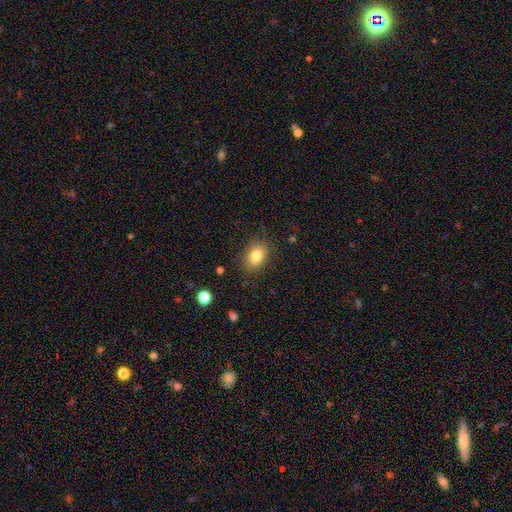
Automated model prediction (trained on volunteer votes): smooth_or_featured: smooth (p=0.80) [alt: featured or disk p=0.10]
how_rounded: in between (p=0.77) [alt: round p=0.21]
merging: none (p=0.83) [alt: minor disturbance p=0.13]